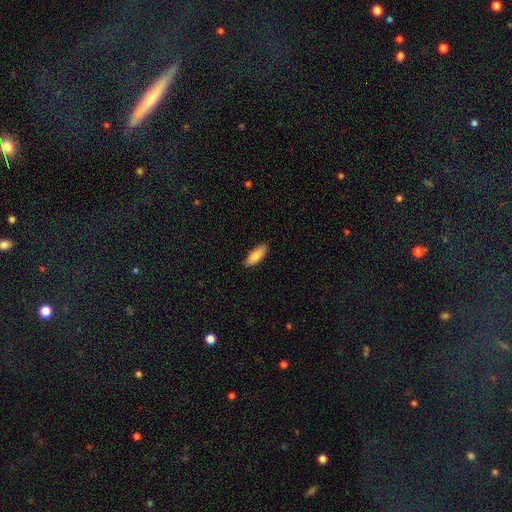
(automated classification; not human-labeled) smooth_or_featured: smooth (p=0.86) [alt: featured or disk p=0.08]
how_rounded: in between (p=0.70) [alt: cigar-shaped p=0.28]
merging: none (p=0.87) [alt: minor disturbance p=0.10]